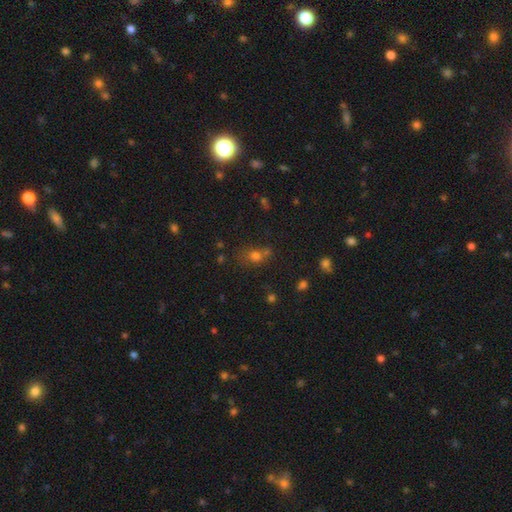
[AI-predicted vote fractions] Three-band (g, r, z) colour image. It shows a smooth galaxy with no disk features (67%) that is round (59%). Merging: none (51%).